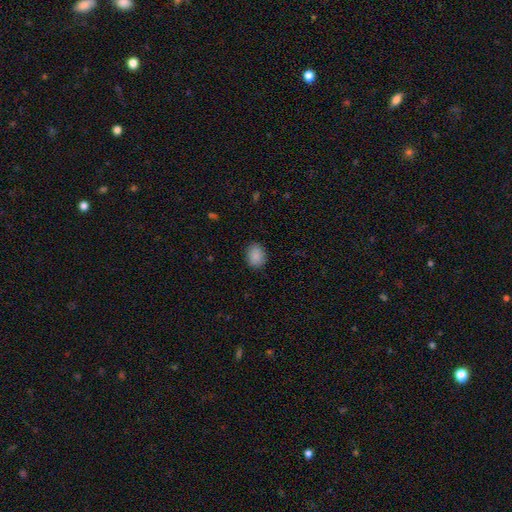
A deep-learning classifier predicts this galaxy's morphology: smooth_or_featured: smooth (p=0.89) [alt: star or artifact p=0.08]
how_rounded: in between (p=0.52) [alt: round p=0.47]
merging: none (p=0.86) [alt: minor disturbance p=0.10]